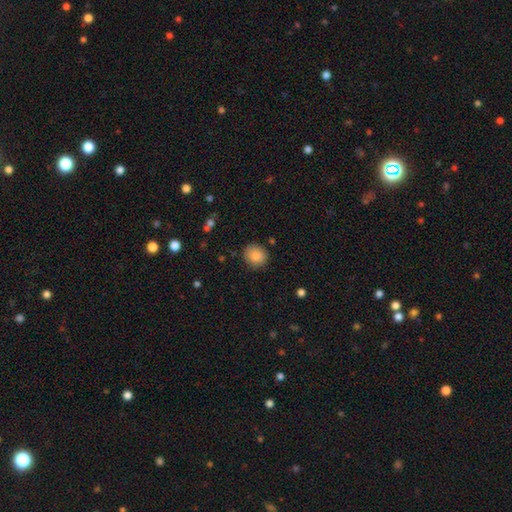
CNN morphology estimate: type=smooth (86%); roundness=round (85%); merging=none (87%).